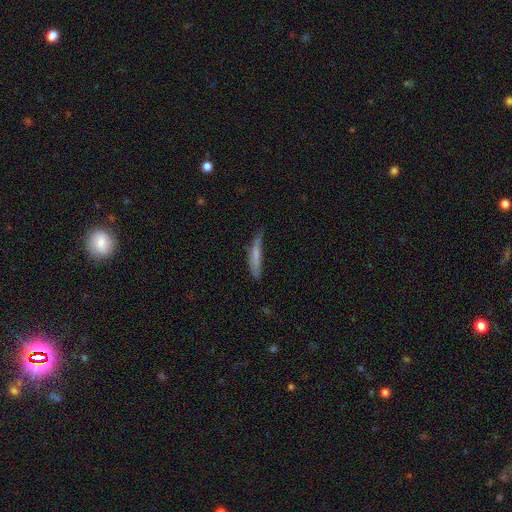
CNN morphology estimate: Q: Smooth or featured?
A: smooth (67%); runner-up: featured or disk (26%)
Q: How rounded?
A: cigar-shaped (88%); runner-up: in between (10%)
Q: Merging?
A: none (55%); runner-up: minor disturbance (32%)